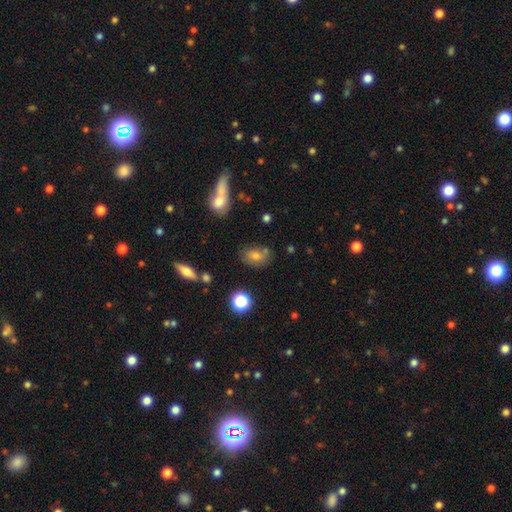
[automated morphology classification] smooth-or-featured: smooth: 68% | star or artifact: 17% | featured or disk: 16%
  how-rounded: in between: 74% | round: 23% | cigar-shaped: 3%
  merging: none: 70% | minor disturbance: 16% | merger: 9% | major disturbance: 5%